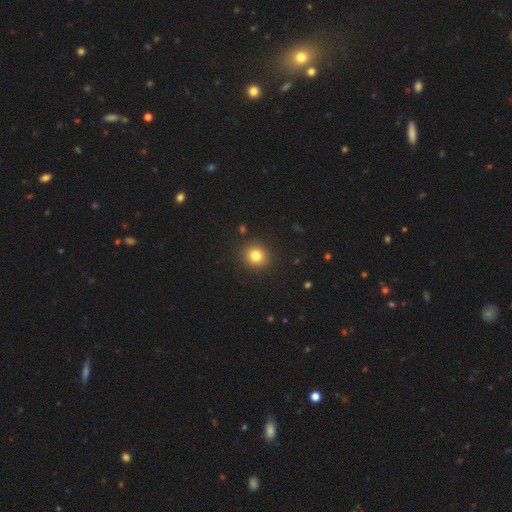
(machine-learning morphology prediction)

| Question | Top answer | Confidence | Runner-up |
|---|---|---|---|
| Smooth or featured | smooth | 81% | star or artifact (13%) |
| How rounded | round | 89% | in between (10%) |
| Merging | none | 91% | minor disturbance (6%) |